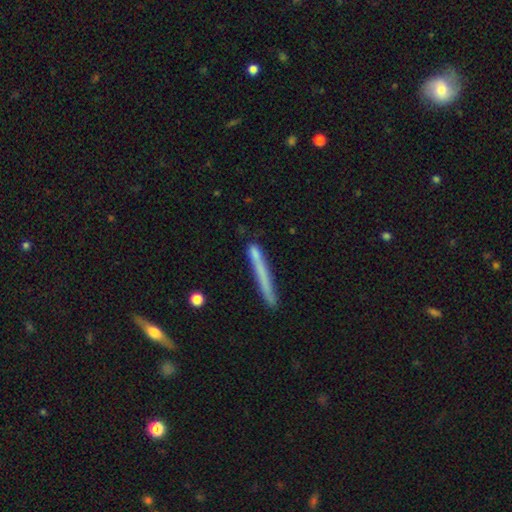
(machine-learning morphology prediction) The model was most divided on "smooth or featured": smooth: 59%, featured or disk: 34%, star or artifact: 7%. More confident: how rounded — cigar-shaped (97%); merging — none (77%).